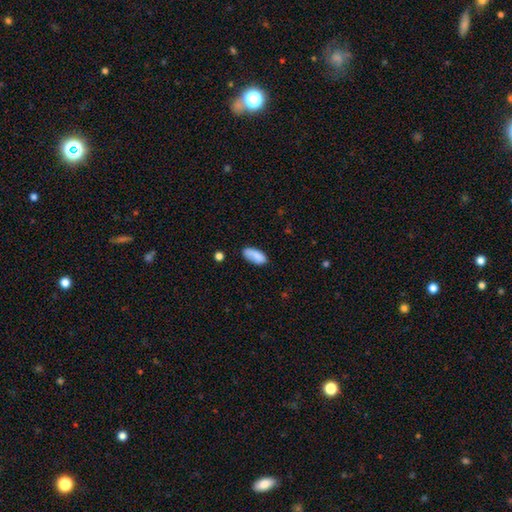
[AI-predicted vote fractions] A smooth galaxy with no disk features (83%) that is in between round and cigar-shaped (88%).

Vote fractions:
- Smooth or featured? smooth: 83% / featured or disk: 10% / star or artifact: 7%
- How rounded? in between: 88% / cigar-shaped: 10% / round: 2%
- Merging? none: 73% / minor disturbance: 19% / major disturbance: 5% / merger: 3%